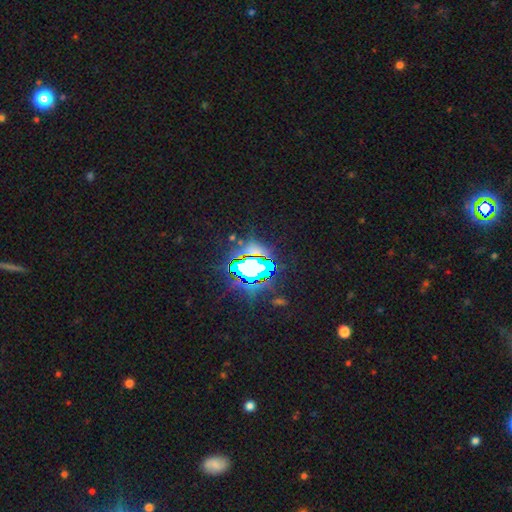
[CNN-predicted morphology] Smooth or featured: star or artifact — 71% (smooth — 17%)